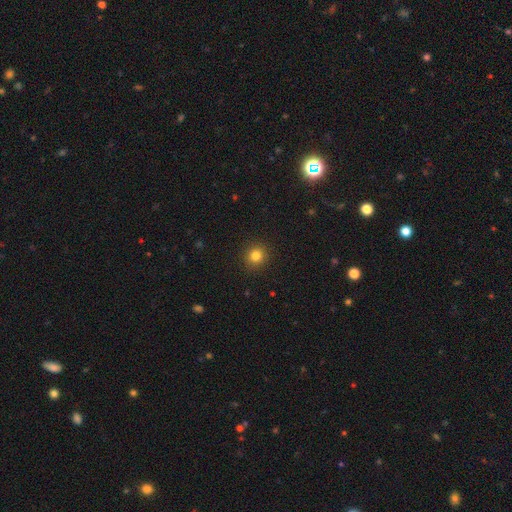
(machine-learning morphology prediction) Smooth or featured?
  - smooth: 82% *
  - star or artifact: 13%
  - featured or disk: 5%
How rounded?
  - round: 89% *
  - in between: 10%
  - cigar-shaped: 1%
Merging?
  - none: 91% *
  - minor disturbance: 6%
  - major disturbance: 2%
  - merger: 1%